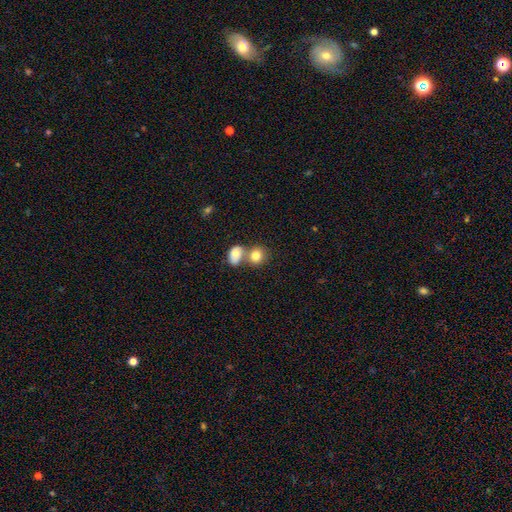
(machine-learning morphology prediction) Smooth or featured? Predicted: smooth (p=0.80). How rounded? Predicted: round (p=0.67). Merging? Predicted: merger (p=0.47).